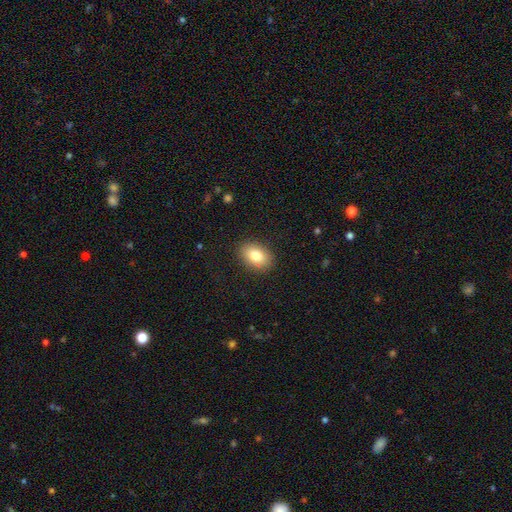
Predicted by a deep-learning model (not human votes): A smooth galaxy with no disk features (81%) that is in between round and cigar-shaped (80%). Merging: none (88%).